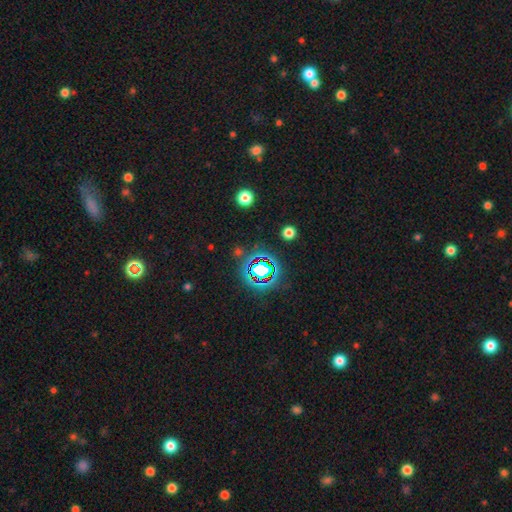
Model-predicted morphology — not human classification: The model was most divided on "smooth or featured": star or artifact: 70%, smooth: 20%, featured or disk: 10%.